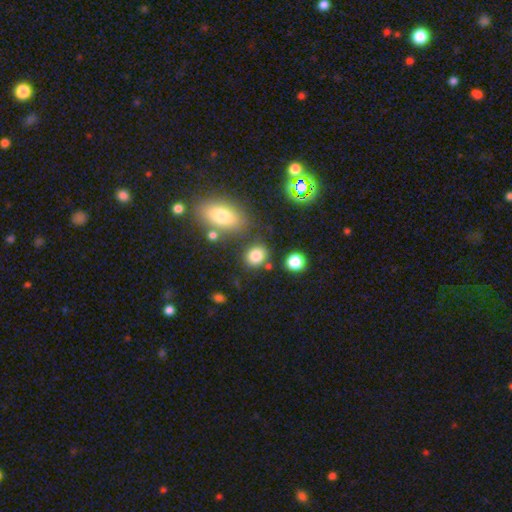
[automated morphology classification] Smooth or featured?
  - smooth: 82% *
  - star or artifact: 12%
  - featured or disk: 6%
How rounded?
  - round: 60% *
  - in between: 38%
  - cigar-shaped: 1%
Merging?
  - none: 75% *
  - minor disturbance: 12%
  - merger: 9%
  - major disturbance: 4%